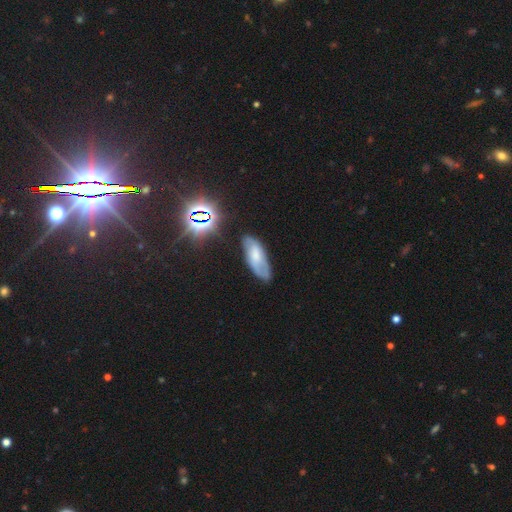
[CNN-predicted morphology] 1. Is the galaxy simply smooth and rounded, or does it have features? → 49% smooth, 39% featured or disk, 12% star or artifact.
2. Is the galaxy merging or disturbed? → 69% none, 22% minor disturbance, 7% major disturbance, 3% merger.